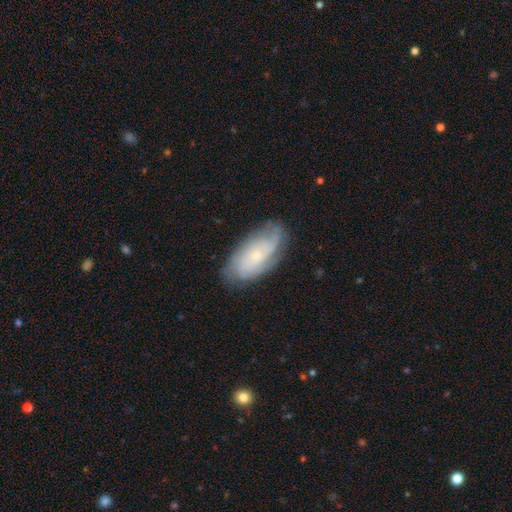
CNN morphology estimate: smooth-or-featured: featured or disk: 71% | smooth: 23% | star or artifact: 6%
  disk-edge-on: no: 93% | yes: 7%
    bar: no: 74% | weak: 22% | strong: 4%
    has-spiral-arms: yes: 92% | no: 8%
      spiral-winding: tight: 55% | medium: 33% | loose: 12%
      spiral-arm-count: can't tell: 39% | 2: 25% | 3: 18% | 4: 8% | 1: 5% | more than 4: 4%
    bulge-size: small: 76% | moderate: 18% | none: 3% | large: 2% | dominant: 1%
  merging: none: 75% | minor disturbance: 18% | major disturbance: 6% | merger: 1%